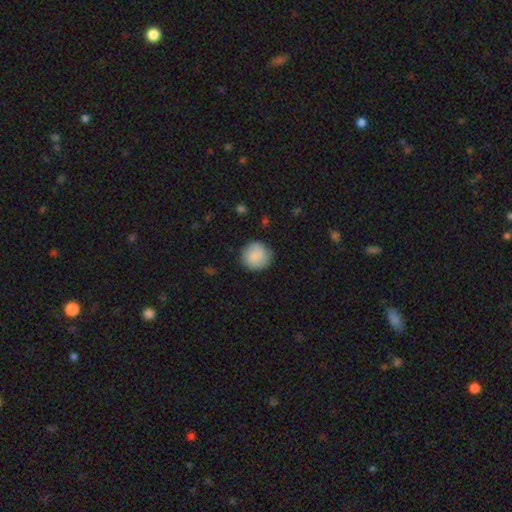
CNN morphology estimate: A smooth galaxy with no disk features (82%) that is round (93%).

Vote fractions:
- Smooth or featured? smooth: 82% / featured or disk: 12% / star or artifact: 6%
- How rounded? round: 93% / in between: 6% / cigar-shaped: 1%
- Merging? none: 84% / minor disturbance: 12% / major disturbance: 3% / merger: 1%